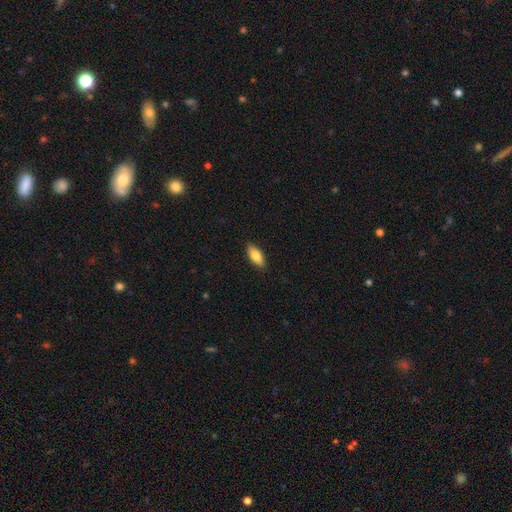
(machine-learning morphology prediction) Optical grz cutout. It shows a smooth galaxy with no disk features (79%) that is in between round and cigar-shaped (83%). Merging: none (88%).